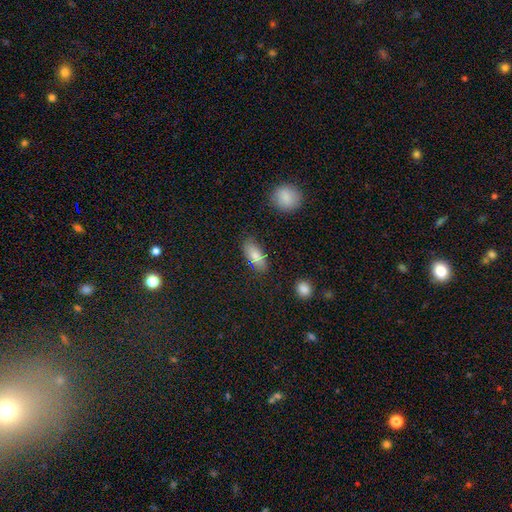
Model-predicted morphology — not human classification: This is likely a smooth galaxy (80%). How rounded: clearly in between (85%). Merging: clearly none (80%).